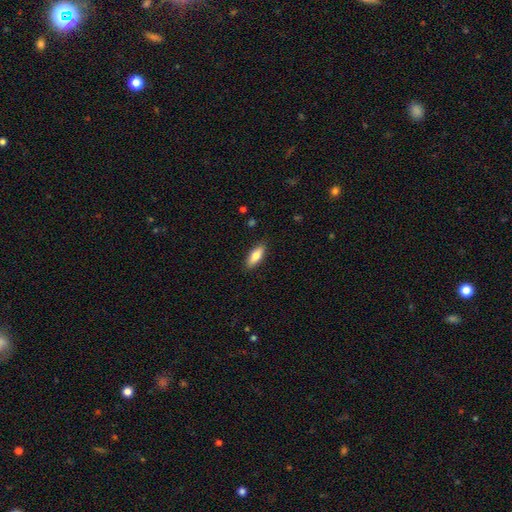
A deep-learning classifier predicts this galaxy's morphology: Smooth or featured?
  - smooth: 77% *
  - featured or disk: 17%
  - star or artifact: 6%
How rounded?
  - in between: 66% *
  - cigar-shaped: 32%
  - round: 2%
Merging?
  - none: 88% *
  - minor disturbance: 9%
  - major disturbance: 2%
  - merger: 1%